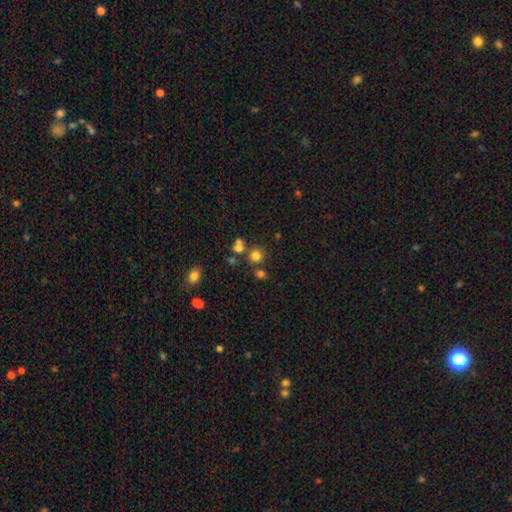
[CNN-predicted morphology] Smooth or featured? Predicted: smooth (p=0.75). How rounded? Predicted: round (p=0.85). Merging? Predicted: none (p=0.66).